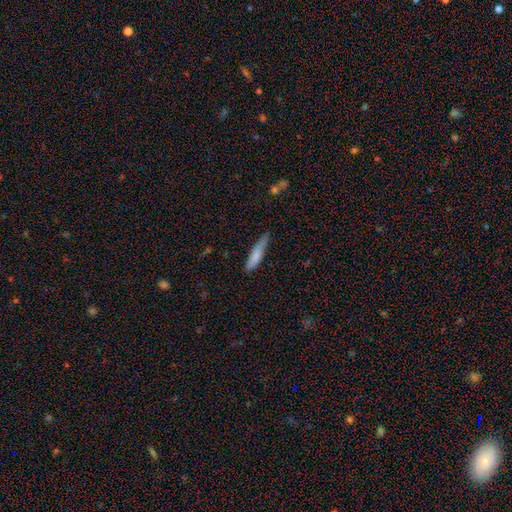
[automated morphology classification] The model was most divided on "merging": none: 59%, minor disturbance: 32%, major disturbance: 6%, merger: 3%. More confident: how rounded — cigar-shaped (81%); smooth or featured — smooth (75%).